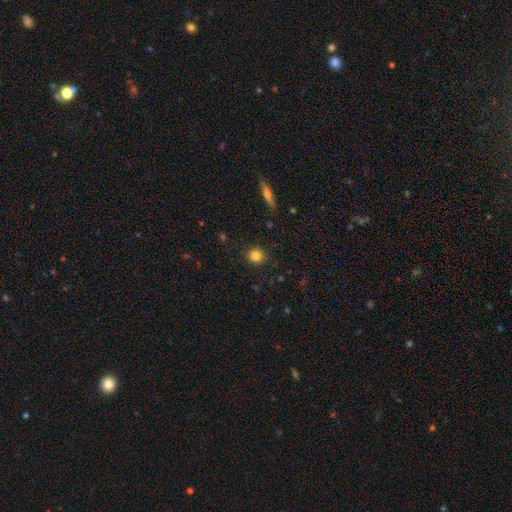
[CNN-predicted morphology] Smooth or featured?
  - smooth: 83% *
  - star or artifact: 11%
  - featured or disk: 6%
How rounded?
  - round: 88% *
  - in between: 11%
  - cigar-shaped: 1%
Merging?
  - none: 89% *
  - minor disturbance: 7%
  - major disturbance: 2%
  - merger: 1%